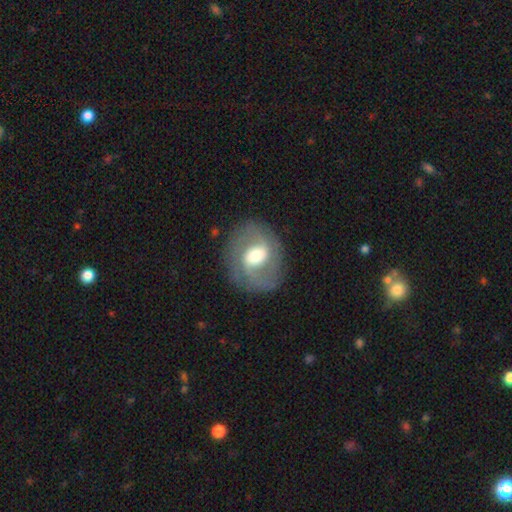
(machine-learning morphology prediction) Q: Smooth or featured?
A: featured or disk (69%); runner-up: smooth (24%)
Q: Edge-on disk?
A: no (96%); runner-up: yes (4%)
Q: Bar?
A: weak (46%); runner-up: no (28%)
Q: Spiral arms?
A: yes (80%); runner-up: no (20%)
Q: Spiral winding?
A: medium (46%); runner-up: tight (30%)
Q: Spiral arm count?
A: 2 (81%); runner-up: can't tell (10%)
Q: Bulge size?
A: moderate (57%); runner-up: large (23%)
Q: Merging?
A: none (79%); runner-up: minor disturbance (13%)